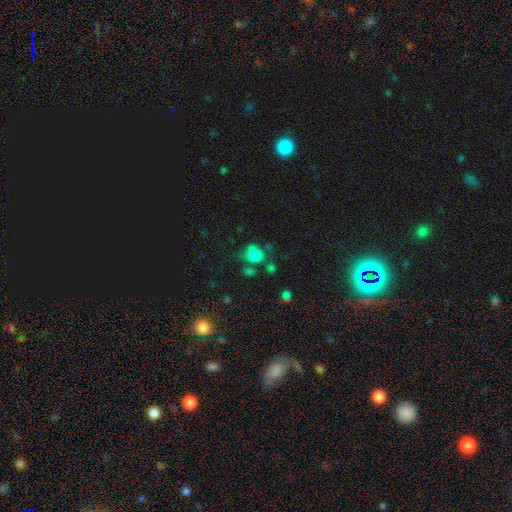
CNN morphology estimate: Q: Smooth or featured?
A: smooth (68%); runner-up: star or artifact (16%)
Q: How rounded?
A: round (50%); runner-up: in between (48%)
Q: Merging?
A: none (33%); runner-up: merger (29%)